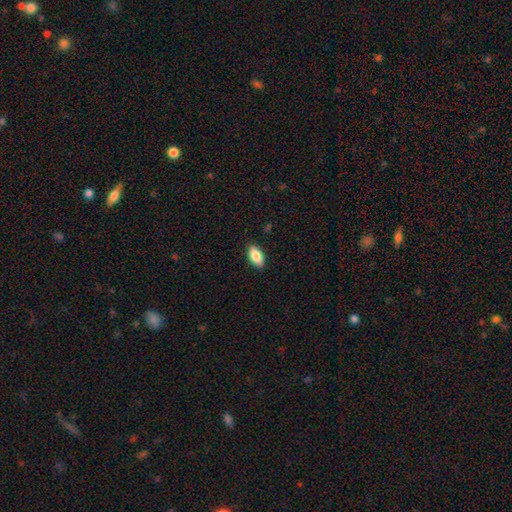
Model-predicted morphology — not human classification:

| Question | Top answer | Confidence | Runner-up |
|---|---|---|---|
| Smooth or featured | smooth | 84% | featured or disk (9%) |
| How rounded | in between | 91% | cigar-shaped (6%) |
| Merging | none | 88% | minor disturbance (9%) |